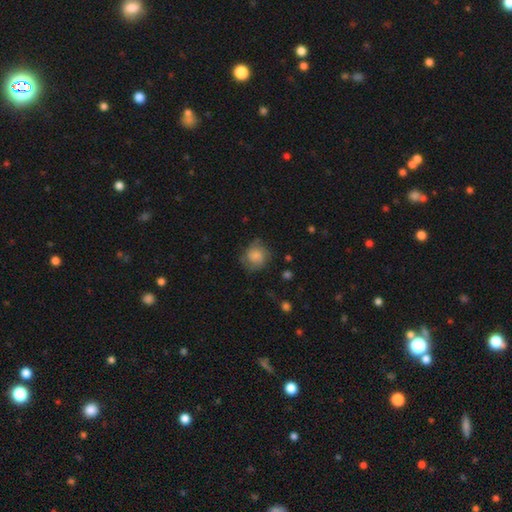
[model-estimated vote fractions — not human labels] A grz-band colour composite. It shows a smooth galaxy with no disk features (62%) that is round (81%). Merging: none (66%).